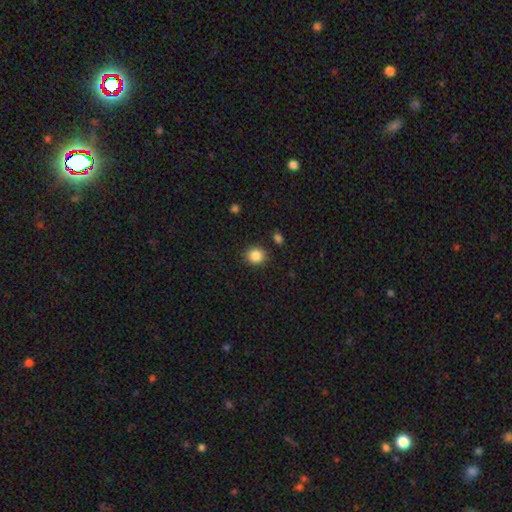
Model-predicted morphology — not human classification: The model was most divided on "how rounded": round: 84%, in between: 15%, cigar-shaped: 1%. More confident: merging — none (88%); smooth or featured — smooth (86%).